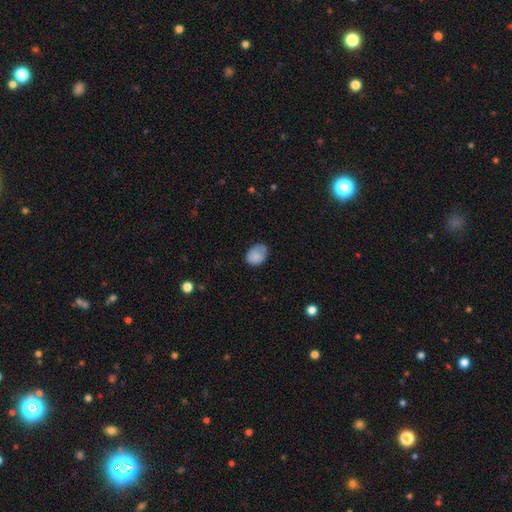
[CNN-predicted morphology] This is clearly a smooth galaxy (82%). How rounded: likely in between (70%). Merging: possibly none (56%).